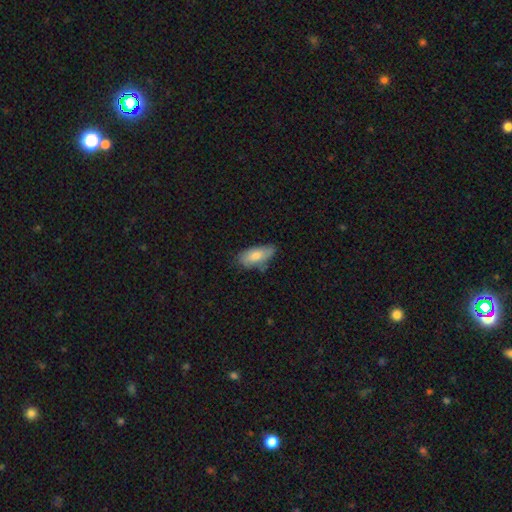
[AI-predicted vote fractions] Smooth or featured: smooth — 73% (featured or disk — 21%)
How rounded: in between — 84% (cigar-shaped — 13%)
Merging: none — 62% (minor disturbance — 30%)